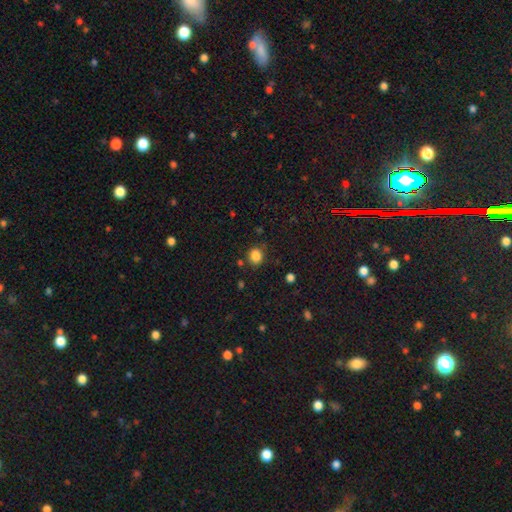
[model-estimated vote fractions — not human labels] This appears to be a smooth galaxy with no disk features (85%) that is round (70%). Merging: none (80%).